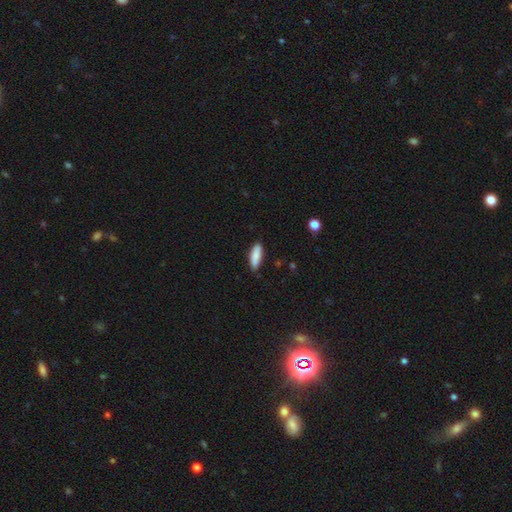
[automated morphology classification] A smooth galaxy with no disk features (86%) that is in between round and cigar-shaped (54%). Merging: none (83%).